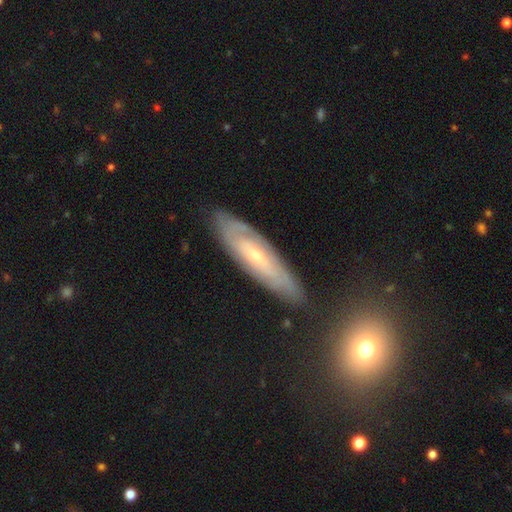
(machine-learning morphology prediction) A featured or disk galaxy (70%).

Vote fractions:
- Smooth or featured? featured or disk: 70% / smooth: 23% / star or artifact: 7%
- Edge-on disk? no: 71% / yes: 29%
- Merging? none: 78% / minor disturbance: 16% / major disturbance: 4% / merger: 2%